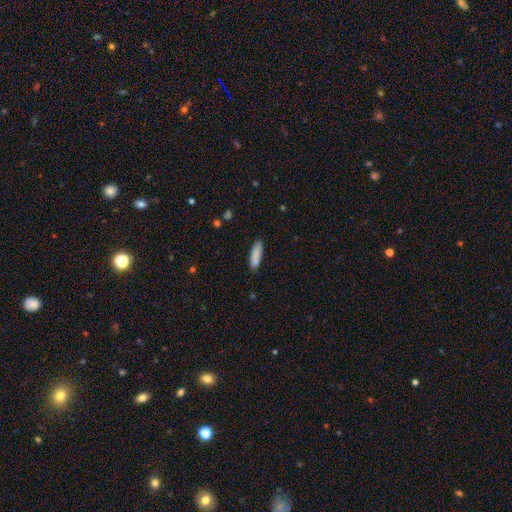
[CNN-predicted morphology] Smooth or featured: smooth — 86% (featured or disk — 8%)
How rounded: cigar-shaped — 55% (in between — 43%)
Merging: none — 84% (minor disturbance — 12%)